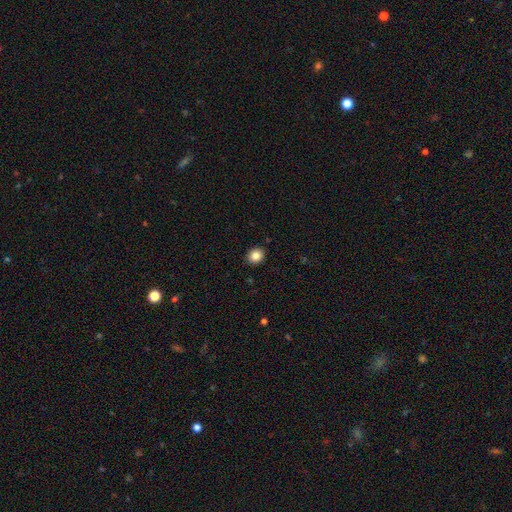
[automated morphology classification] Q: Smooth or featured?
A: smooth (85%); runner-up: star or artifact (10%)
Q: How rounded?
A: round (72%); runner-up: in between (27%)
Q: Merging?
A: none (91%); runner-up: minor disturbance (6%)